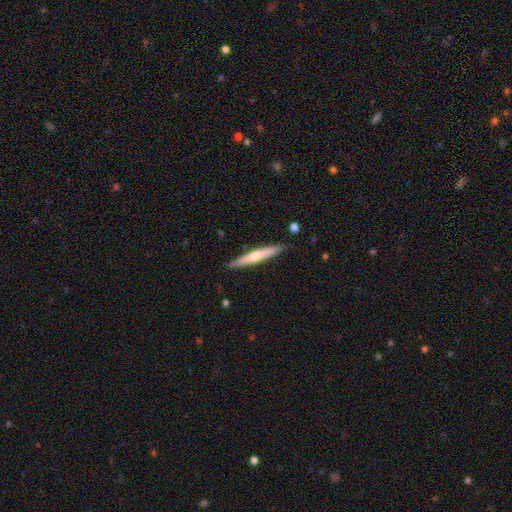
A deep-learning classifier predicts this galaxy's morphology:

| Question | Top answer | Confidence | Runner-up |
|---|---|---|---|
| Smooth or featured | featured or disk | 56% | smooth (39%) |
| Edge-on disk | yes | 96% | no (4%) |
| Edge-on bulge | rounded | 82% | none (14%) |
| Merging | none | 89% | minor disturbance (8%) |